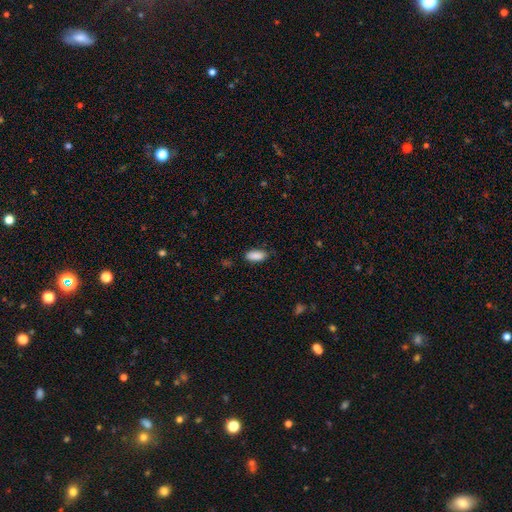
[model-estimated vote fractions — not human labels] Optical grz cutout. It shows a smooth galaxy with no disk features (89%) that is in between round and cigar-shaped (86%). Merging: none (79%).